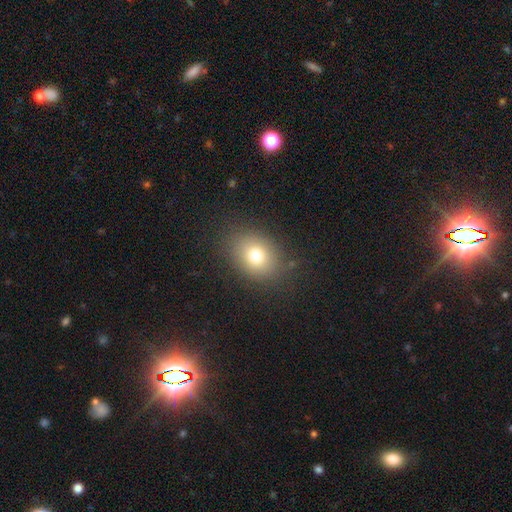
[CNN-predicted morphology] A smooth galaxy with no disk features (74%) that is in between round and cigar-shaped (53%).

Vote fractions:
- Smooth or featured? smooth: 74% / star or artifact: 14% / featured or disk: 12%
- How rounded? in between: 53% / round: 46% / cigar-shaped: 1%
- Merging? none: 83% / minor disturbance: 11% / major disturbance: 5% / merger: 1%